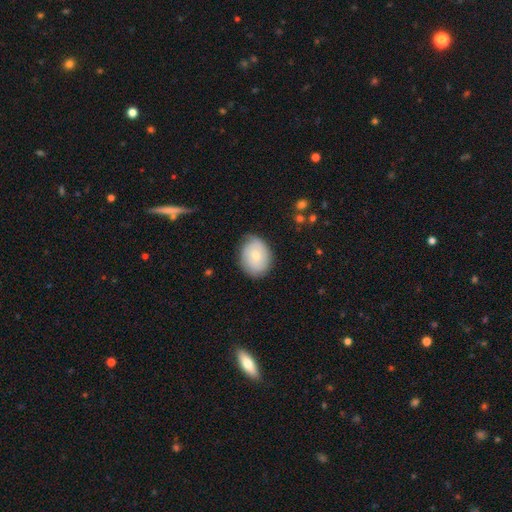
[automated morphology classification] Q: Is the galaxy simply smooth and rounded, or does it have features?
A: smooth — 56%.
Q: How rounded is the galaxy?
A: in between — 54%.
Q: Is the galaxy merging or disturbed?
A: none — 74%.